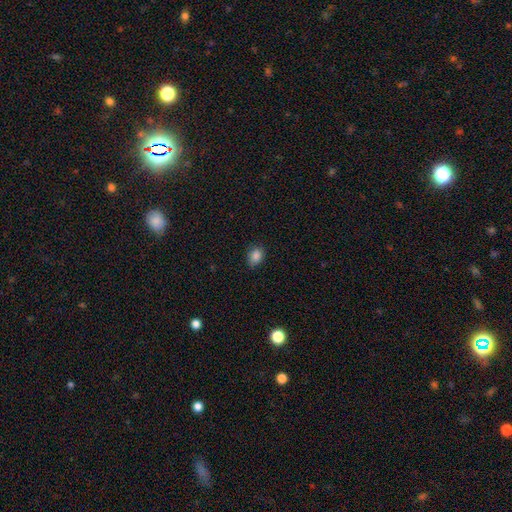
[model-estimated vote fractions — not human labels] Q: Smooth or featured?
A: smooth (85%); runner-up: star or artifact (10%)
Q: How rounded?
A: in between (64%); runner-up: round (35%)
Q: Merging?
A: none (81%); runner-up: minor disturbance (16%)